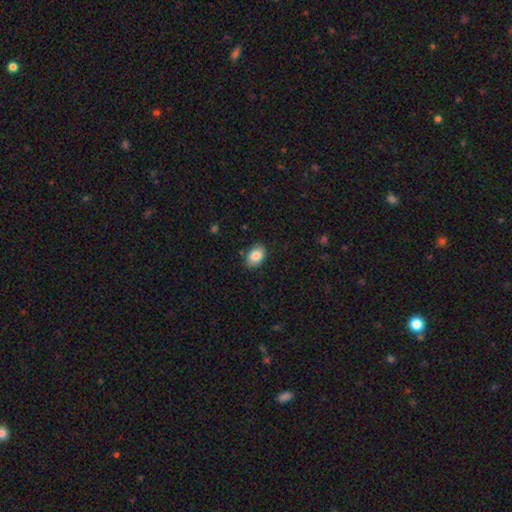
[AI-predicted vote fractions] smooth-or-featured: smooth: 86% | star or artifact: 8% | featured or disk: 7%
  how-rounded: in between: 83% | round: 16% | cigar-shaped: 1%
  merging: none: 85% | minor disturbance: 11% | major disturbance: 2% | merger: 1%